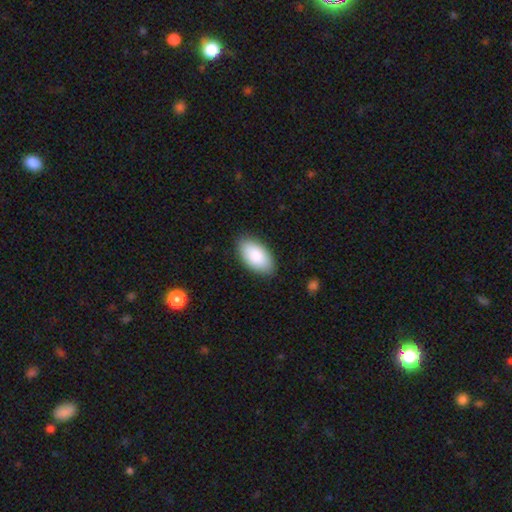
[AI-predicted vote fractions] Smooth or featured: smooth — 87% (featured or disk — 7%)
How rounded: in between — 96% (round — 2%)
Merging: none — 87% (minor disturbance — 10%)